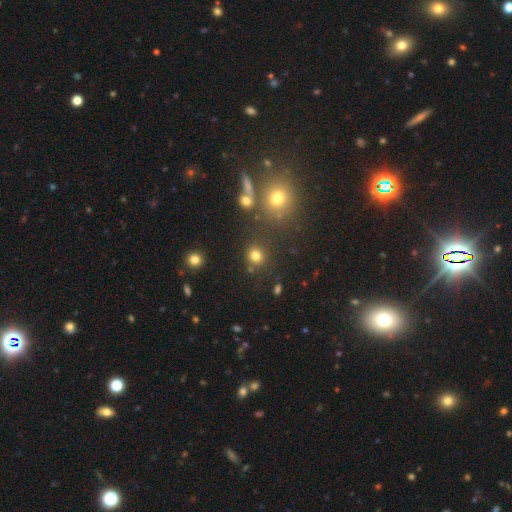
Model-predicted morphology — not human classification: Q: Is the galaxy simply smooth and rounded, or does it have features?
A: smooth — 78%.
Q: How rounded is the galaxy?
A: round — 89%.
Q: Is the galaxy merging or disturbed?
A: none — 82%.